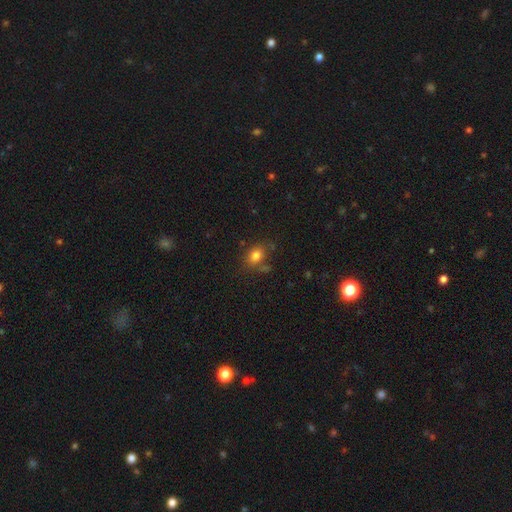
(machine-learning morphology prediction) Smooth or featured: smooth — 80% (star or artifact — 11%)
How rounded: in between — 62% (round — 37%)
Merging: none — 68% (minor disturbance — 18%)